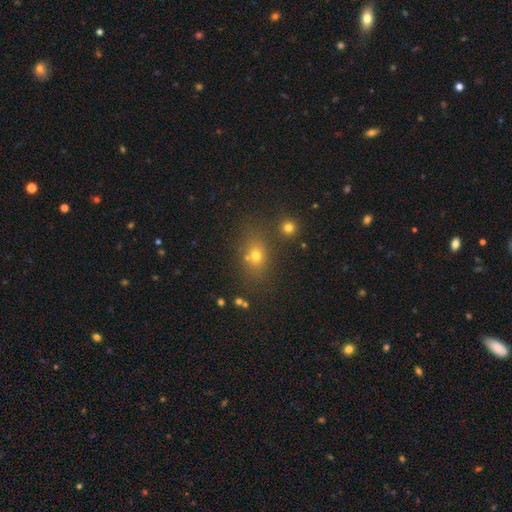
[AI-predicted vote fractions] A smooth galaxy with no disk features (65%) that is in between round and cigar-shaped (56%).

Vote fractions:
- Smooth or featured? smooth: 65% / star or artifact: 21% / featured or disk: 14%
- How rounded? in between: 56% / round: 41% / cigar-shaped: 3%
- Merging? none: 68% / merger: 14% / minor disturbance: 13% / major disturbance: 5%